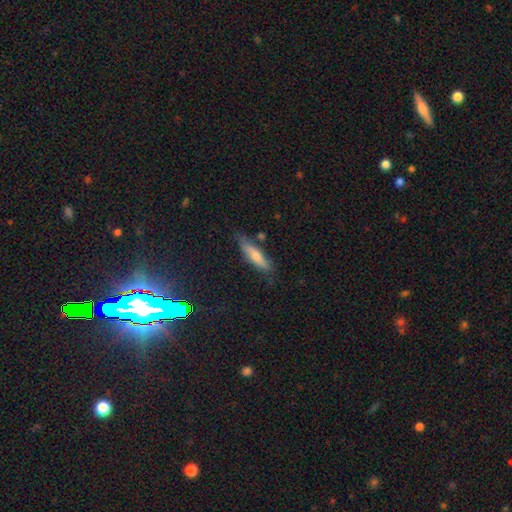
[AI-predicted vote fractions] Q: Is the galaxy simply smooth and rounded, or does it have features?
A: smooth — 59%.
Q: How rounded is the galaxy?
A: cigar-shaped — 73%.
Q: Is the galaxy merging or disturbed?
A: none — 76%.